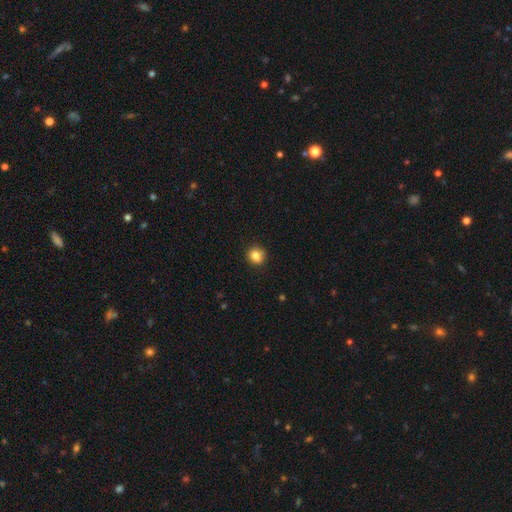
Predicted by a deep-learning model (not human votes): smooth-or-featured: smooth: 84% | star or artifact: 10% | featured or disk: 6%
  how-rounded: round: 83% | in between: 16% | cigar-shaped: 1%
  merging: none: 87% | minor disturbance: 9% | major disturbance: 2% | merger: 1%